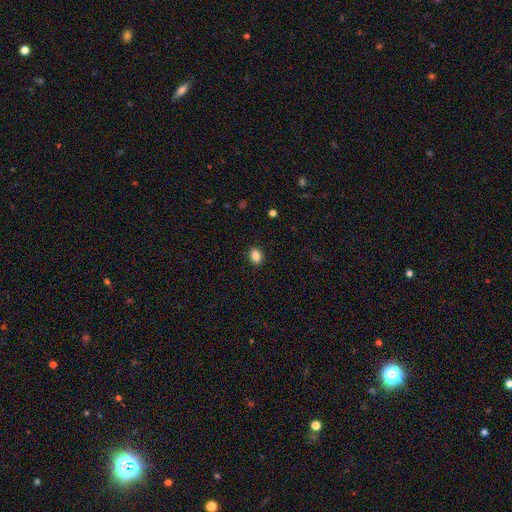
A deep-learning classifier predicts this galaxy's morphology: smooth-or-featured: smooth: 86% | star or artifact: 10% | featured or disk: 4%
  how-rounded: in between: 65% | round: 33% | cigar-shaped: 1%
  merging: none: 89% | minor disturbance: 8% | major disturbance: 2% | merger: 1%